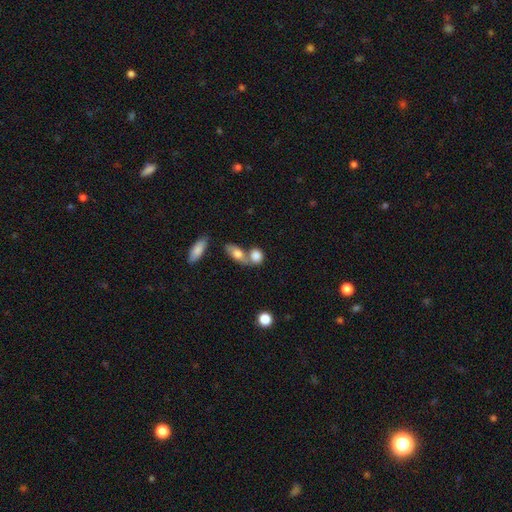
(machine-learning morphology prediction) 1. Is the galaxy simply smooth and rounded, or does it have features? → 80% smooth, 12% featured or disk, 8% star or artifact.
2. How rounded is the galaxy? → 50% in between, 46% round, 4% cigar-shaped.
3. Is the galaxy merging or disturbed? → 56% merger, 30% none, 9% minor disturbance, 5% major disturbance.